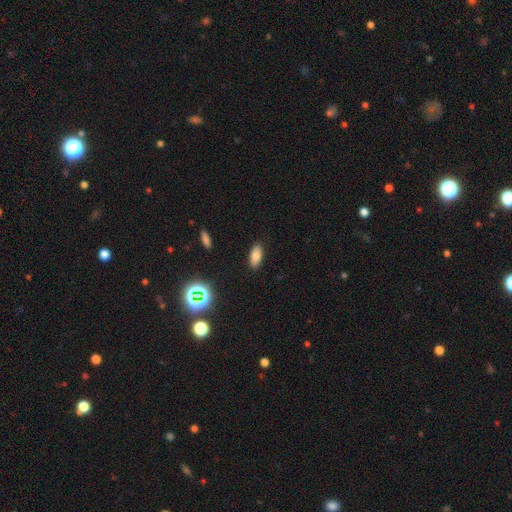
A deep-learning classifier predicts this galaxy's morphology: smooth_or_featured: smooth (p=0.79) [alt: star or artifact p=0.11]
how_rounded: in between (p=0.85) [alt: cigar-shaped p=0.11]
merging: none (p=0.88) [alt: minor disturbance p=0.09]